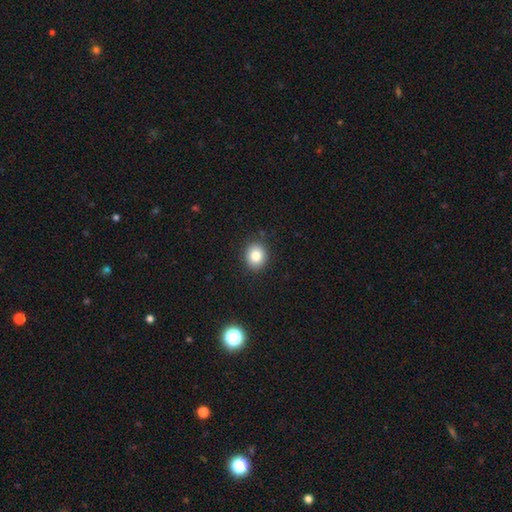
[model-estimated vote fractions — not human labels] Morphology: type=smooth (82%); roundness=round (71%); merging=none (88%).